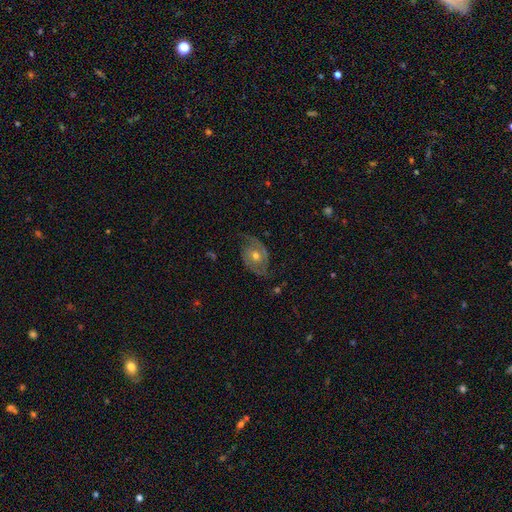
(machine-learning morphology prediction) Smooth or featured: featured or disk — 80% (smooth — 14%)
Edge-on disk: no — 96% (yes — 4%)
Bar: no — 73% (weak — 21%)
Spiral arms: yes — 90% (no — 10%)
Spiral winding: medium — 43% (tight — 32%)
Spiral arm count: 2 — 86% (can't tell — 7%)
Bulge size: moderate — 70% (small — 25%)
Merging: none — 70% (minor disturbance — 20%)